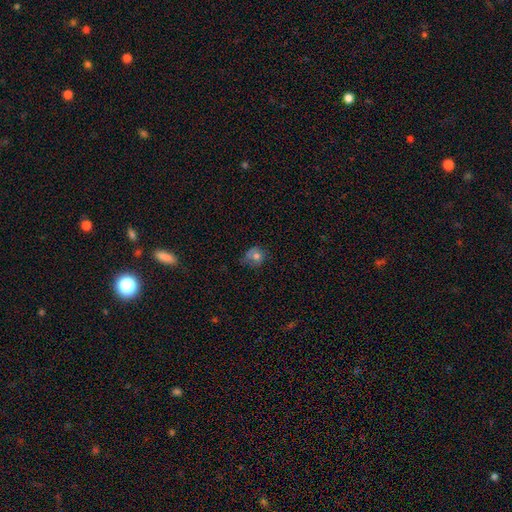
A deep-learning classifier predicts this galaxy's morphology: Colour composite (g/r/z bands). It shows a smooth galaxy with no disk features (71%) that is round (70%). Merging: none (48%).